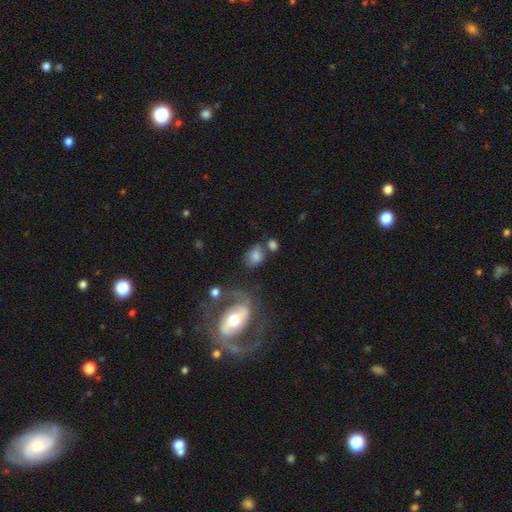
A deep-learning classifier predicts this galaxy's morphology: This appears to be a smooth galaxy with no disk features (73%) that is in between round and cigar-shaped (65%). Merging: none (50%).